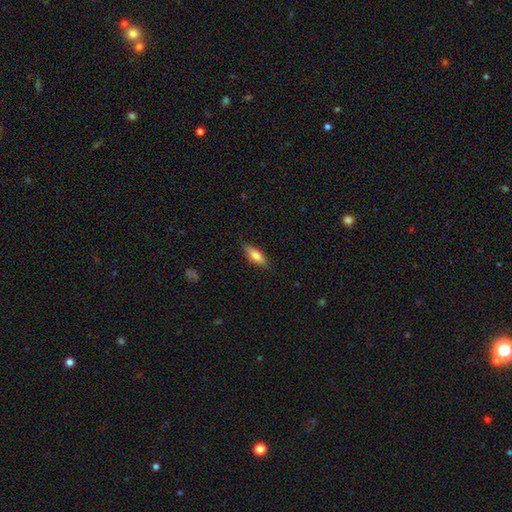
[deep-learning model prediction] smooth_or_featured: smooth (p=0.76) [alt: featured or disk p=0.18]
how_rounded: in between (p=0.62) [alt: cigar-shaped p=0.35]
merging: none (p=0.82) [alt: minor disturbance p=0.15]